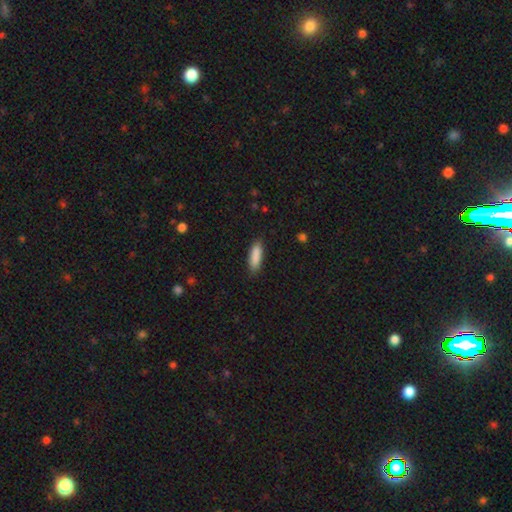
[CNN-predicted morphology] smooth_or_featured: smooth (p=0.88) [alt: star or artifact p=0.06]
how_rounded: cigar-shaped (p=0.50) [alt: in between p=0.49]
merging: none (p=0.85) [alt: minor disturbance p=0.12]